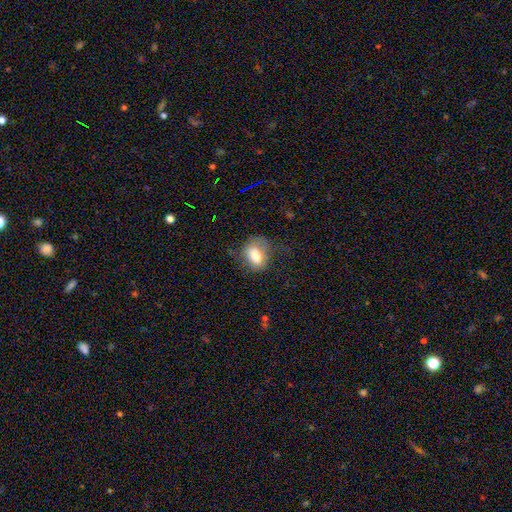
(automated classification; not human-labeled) Smooth or featured? Predicted: smooth (p=0.75). How rounded? Predicted: in between (p=0.74). Merging? Predicted: none (p=0.55).